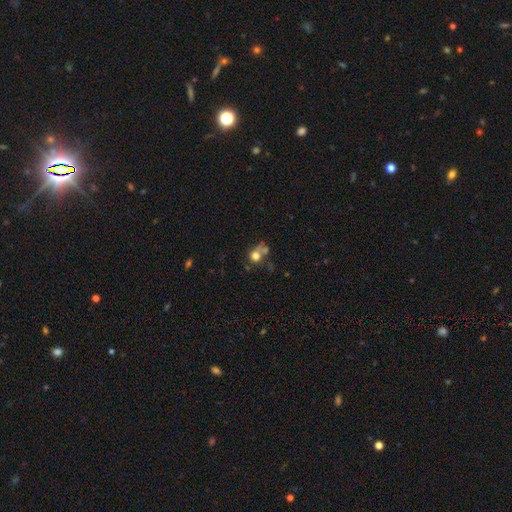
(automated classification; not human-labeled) A smooth galaxy with no disk features (66%) that is round (74%). Merging: merger (38%).